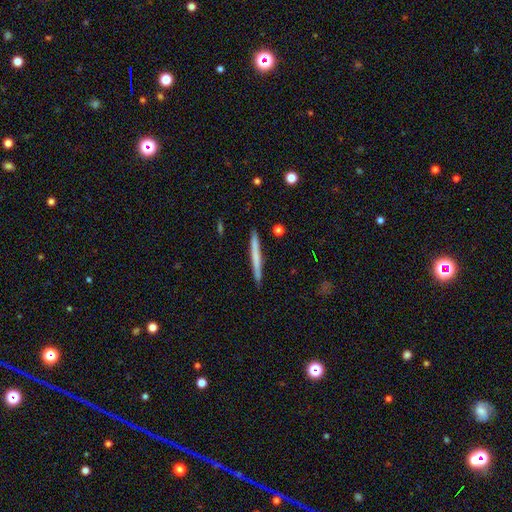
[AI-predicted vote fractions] Smooth or featured: smooth — 59% (featured or disk — 36%)
How rounded: cigar-shaped — 97% (in between — 2%)
Merging: none — 90% (minor disturbance — 7%)